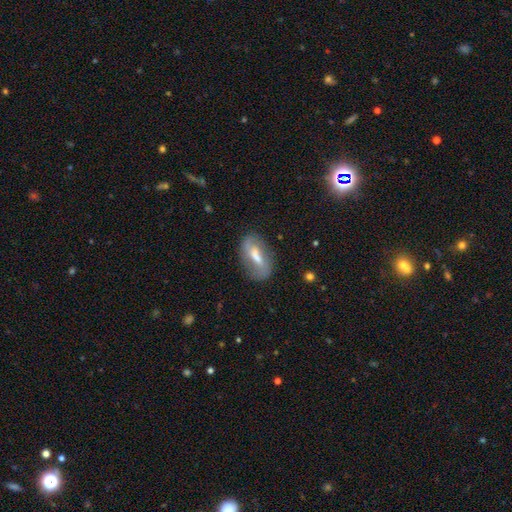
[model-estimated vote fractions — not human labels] Smooth or featured: featured or disk — 51% (smooth — 39%)
Edge-on disk: no — 87% (yes — 13%)
Merging: none — 70% (minor disturbance — 20%)